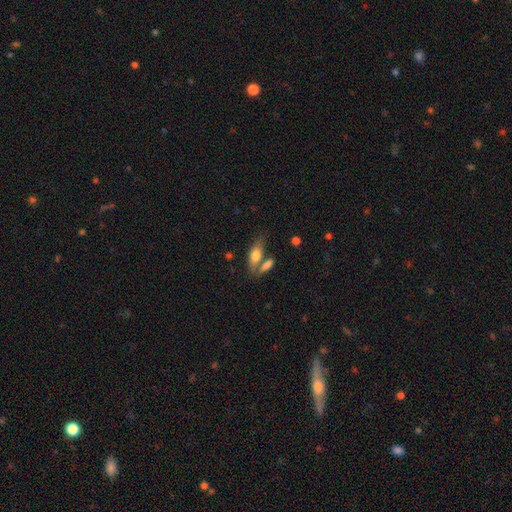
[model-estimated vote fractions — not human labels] Morphology: type=smooth (71%); roundness=in between (69%); merging=none (49%).